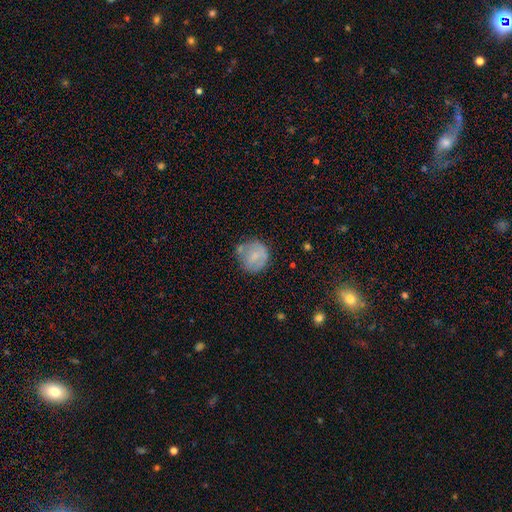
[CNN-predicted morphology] Q: Smooth or featured?
A: smooth (62%); runner-up: featured or disk (30%)
Q: How rounded?
A: round (89%); runner-up: in between (10%)
Q: Merging?
A: none (57%); runner-up: minor disturbance (26%)